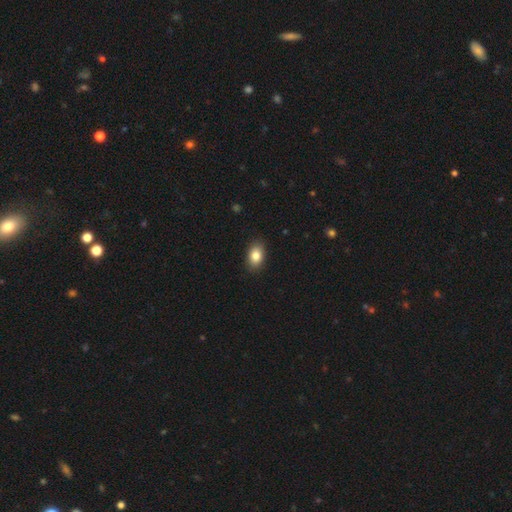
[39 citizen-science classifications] Smooth or featured? smooth (85%)
How rounded? in between (76%)
Merging? none (92%)